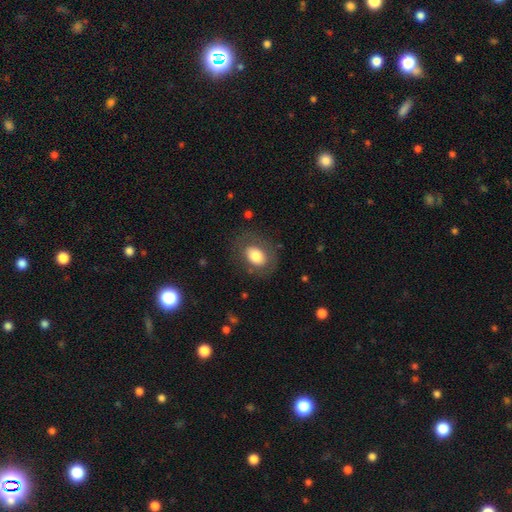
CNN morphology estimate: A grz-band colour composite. It shows a smooth galaxy with no disk features (72%) that is in between round and cigar-shaped (67%). Merging: none (77%).